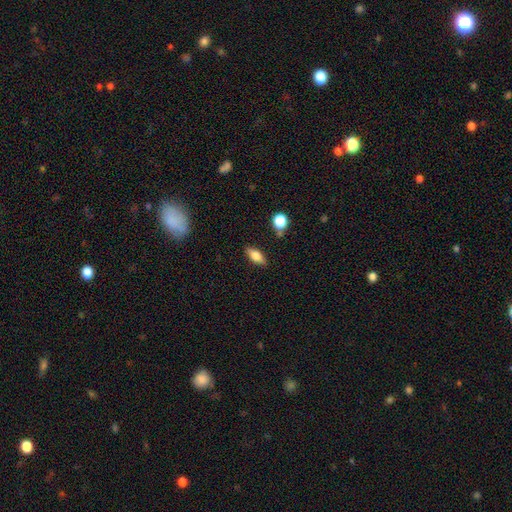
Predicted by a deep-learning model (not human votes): smooth 71%, featured or disk 21%, star or artifact 8%. Down the decision tree: how rounded — in between (80%); merging — none (83%).